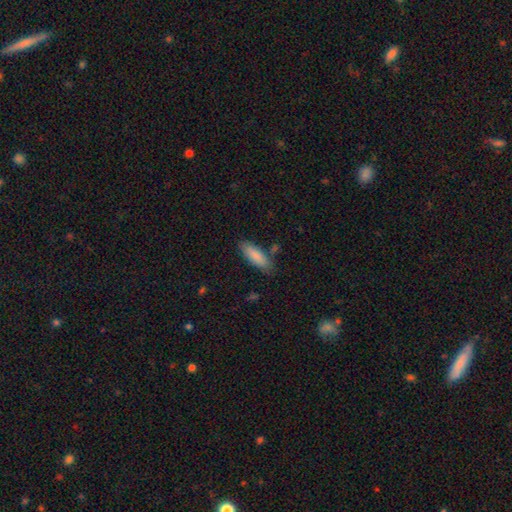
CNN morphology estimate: Smooth or featured? Predicted: smooth (p=0.86). How rounded? Predicted: in between (p=0.56). Merging? Predicted: none (p=0.80).